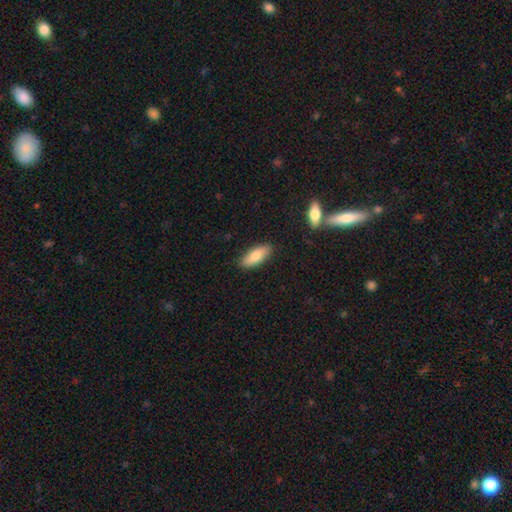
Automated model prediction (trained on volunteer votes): Overall: smooth (80%). How rounded: in between (74%). Merging: none (87%).